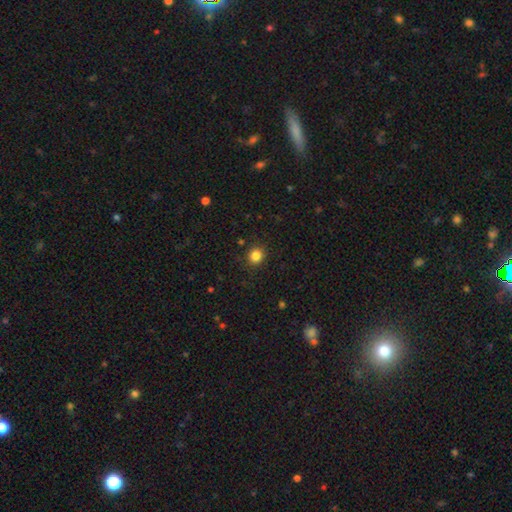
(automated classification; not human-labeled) A smooth galaxy with no disk features (84%) that is round (84%). Merging: none (89%).